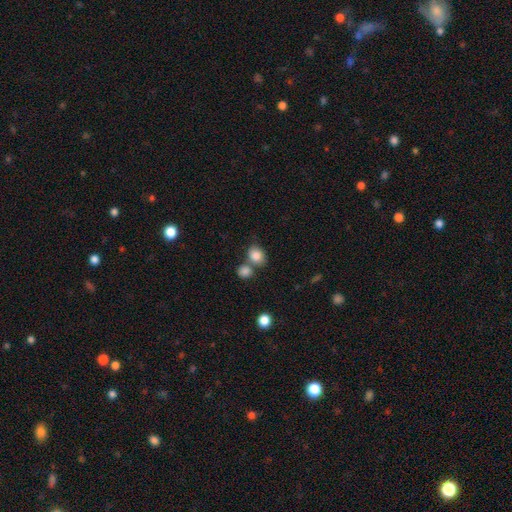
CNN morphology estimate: The model was most divided on "how rounded": round: 56%, in between: 43%, cigar-shaped: 1%. More confident: smooth or featured — smooth (85%); merging — none (51%).